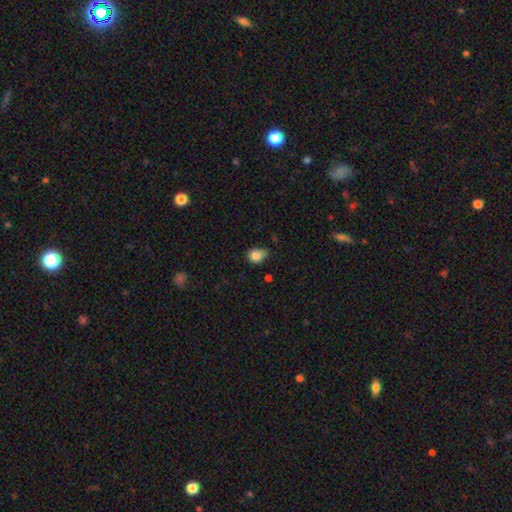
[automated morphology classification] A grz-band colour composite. It shows a smooth galaxy with no disk features (83%) that is round (65%). Merging: none (48%).